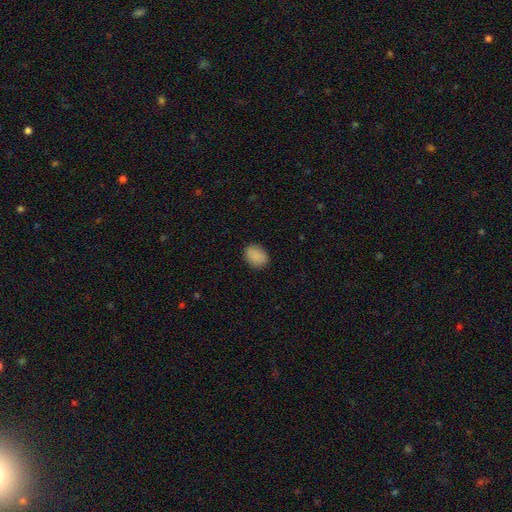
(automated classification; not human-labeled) This is clearly a smooth galaxy (89%). How rounded: likely in between (69%). Merging: clearly none (87%).